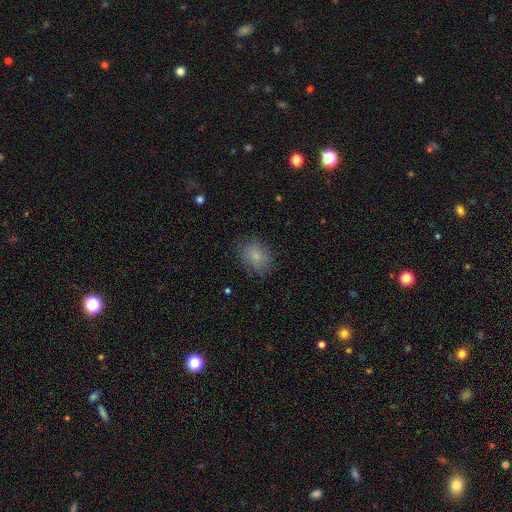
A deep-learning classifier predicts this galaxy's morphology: Smooth or featured?
  - smooth: 81% *
  - star or artifact: 10%
  - featured or disk: 10%
How rounded?
  - in between: 62% *
  - round: 37%
  - cigar-shaped: 1%
Merging?
  - none: 76% *
  - minor disturbance: 17%
  - major disturbance: 5%
  - merger: 1%